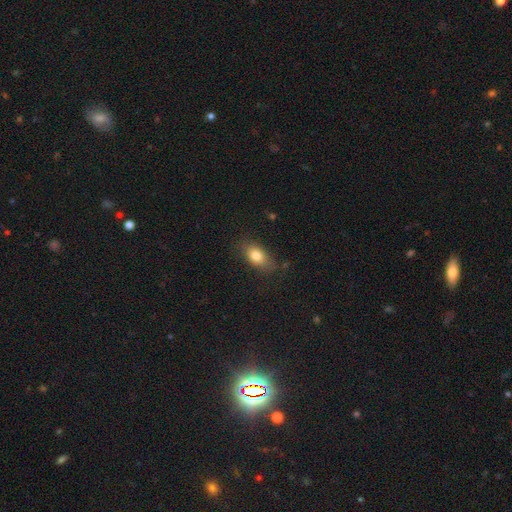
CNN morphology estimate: The model was most divided on "merging": none: 75%, minor disturbance: 18%, major disturbance: 5%, merger: 2%. More confident: how rounded — in between (84%); smooth or featured — smooth (80%).